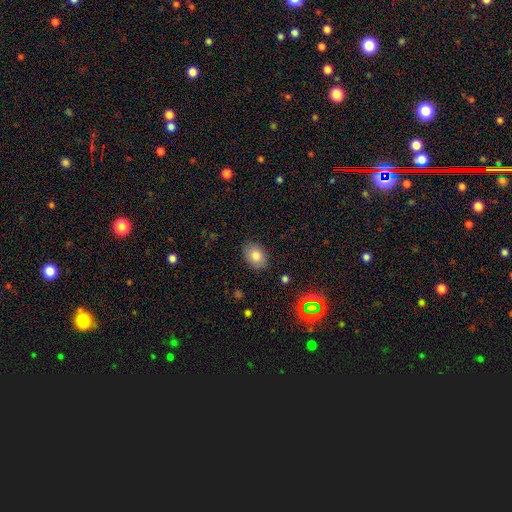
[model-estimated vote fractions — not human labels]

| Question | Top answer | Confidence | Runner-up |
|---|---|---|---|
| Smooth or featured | smooth | 79% | star or artifact (10%) |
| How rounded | in between | 81% | round (17%) |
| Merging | none | 85% | minor disturbance (11%) |